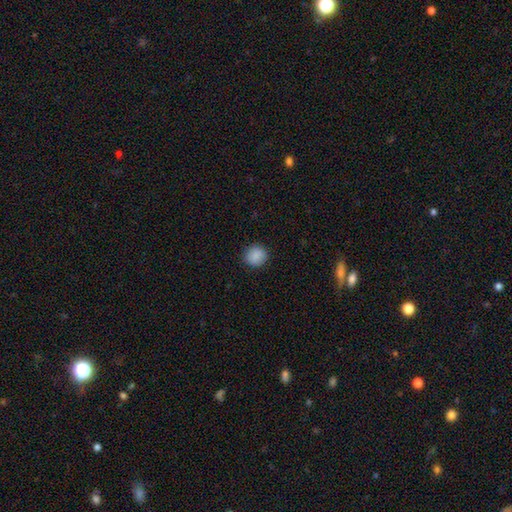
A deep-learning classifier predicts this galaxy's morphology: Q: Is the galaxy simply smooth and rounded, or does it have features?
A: smooth — 89%.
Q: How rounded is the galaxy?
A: round — 91%.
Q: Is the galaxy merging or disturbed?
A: none — 91%.